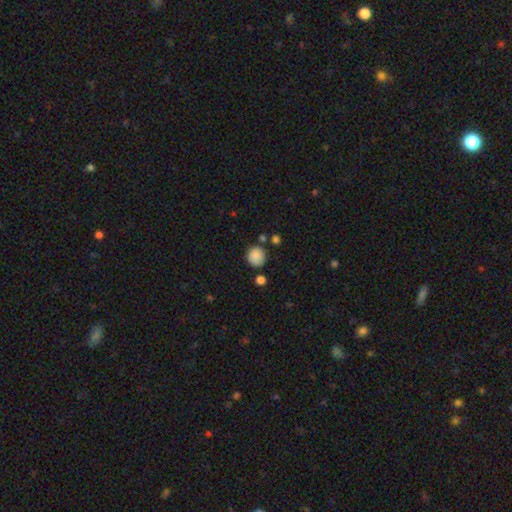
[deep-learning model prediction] Smooth or featured? Predicted: smooth (p=0.87). How rounded? Predicted: round (p=0.89). Merging? Predicted: none (p=0.78).